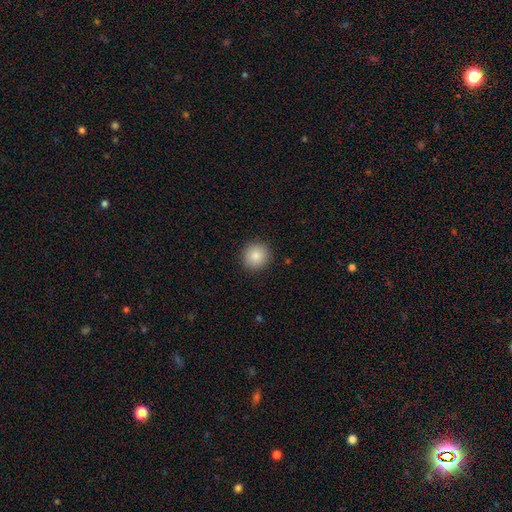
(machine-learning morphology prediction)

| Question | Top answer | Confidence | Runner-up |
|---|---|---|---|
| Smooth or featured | smooth | 87% | star or artifact (8%) |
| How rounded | round | 93% | in between (6%) |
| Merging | none | 91% | minor disturbance (6%) |